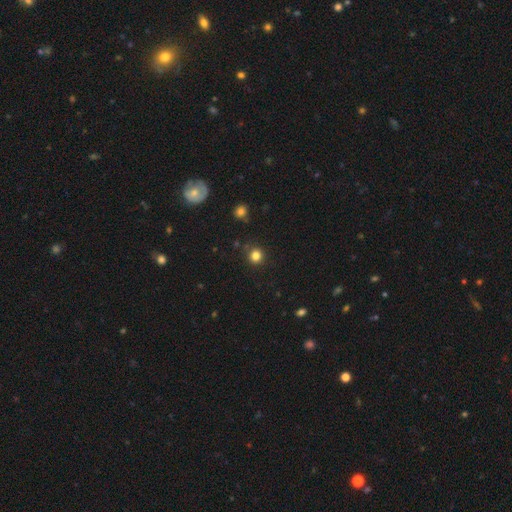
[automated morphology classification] A smooth galaxy with no disk features (81%) that is round (92%). Merging: none (88%).